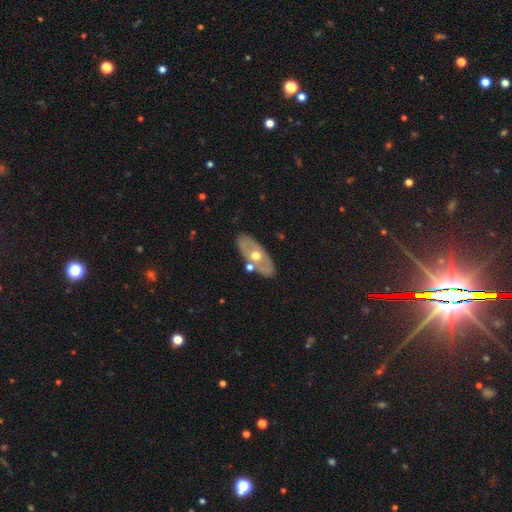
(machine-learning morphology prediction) This is possibly a featured or disk galaxy (57%). It is likely not viewed edge-on (80%). Merging: likely none (76%).